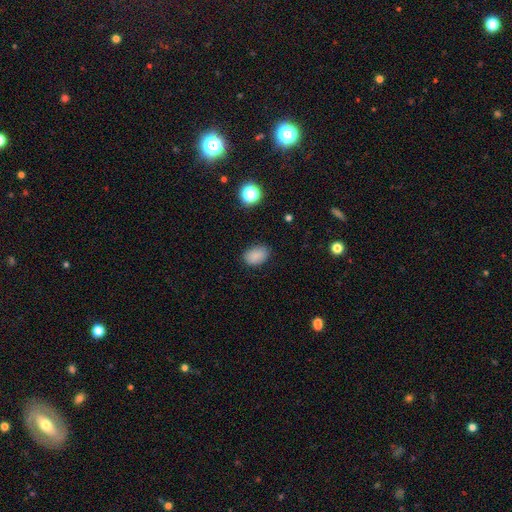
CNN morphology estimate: Overall: smooth (86%). How rounded: in between (83%). Merging: none (84%).